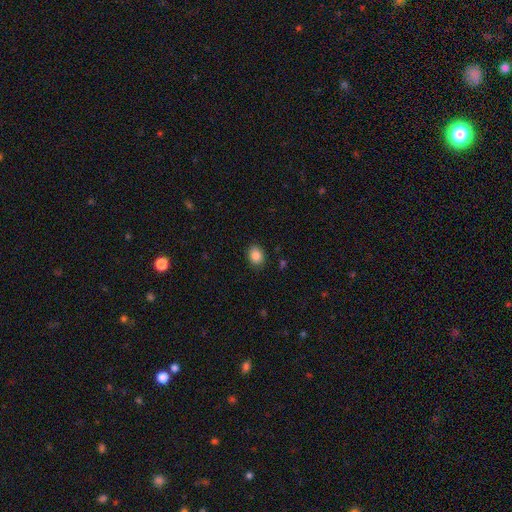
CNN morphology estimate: Smooth or featured?
  - smooth: 86% *
  - star or artifact: 9%
  - featured or disk: 5%
How rounded?
  - in between: 59% *
  - round: 40%
  - cigar-shaped: 1%
Merging?
  - none: 87% *
  - minor disturbance: 10%
  - major disturbance: 2%
  - merger: 1%